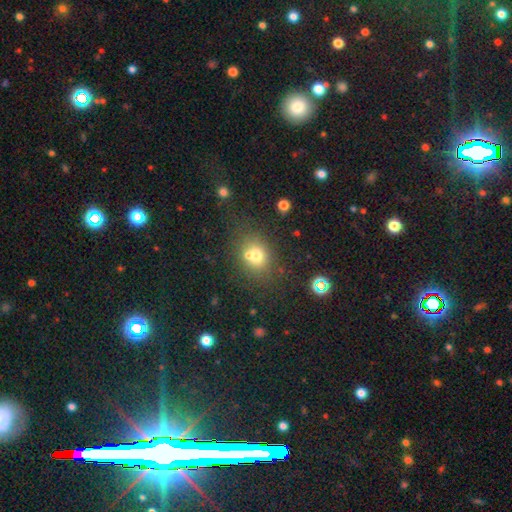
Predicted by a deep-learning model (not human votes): smooth-or-featured: smooth: 68% | featured or disk: 16% | star or artifact: 16%
  how-rounded: round: 61% | in between: 38% | cigar-shaped: 1%
  merging: none: 57% | merger: 27% | minor disturbance: 11% | major disturbance: 5%